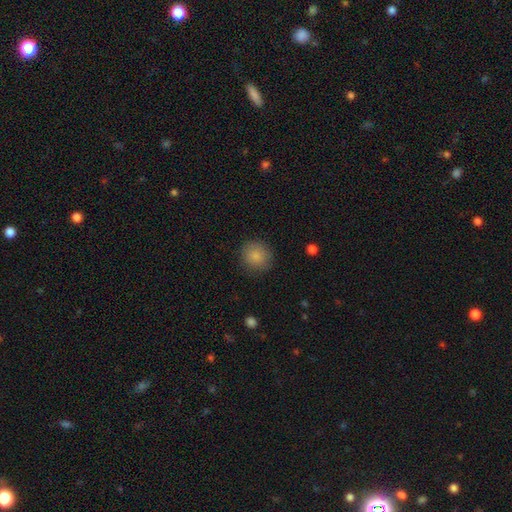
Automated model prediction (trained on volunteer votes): Smooth or featured?
  - smooth: 86% *
  - star or artifact: 9%
  - featured or disk: 6%
How rounded?
  - round: 90% *
  - in between: 9%
  - cigar-shaped: 1%
Merging?
  - none: 87% *
  - minor disturbance: 9%
  - major disturbance: 3%
  - merger: 1%